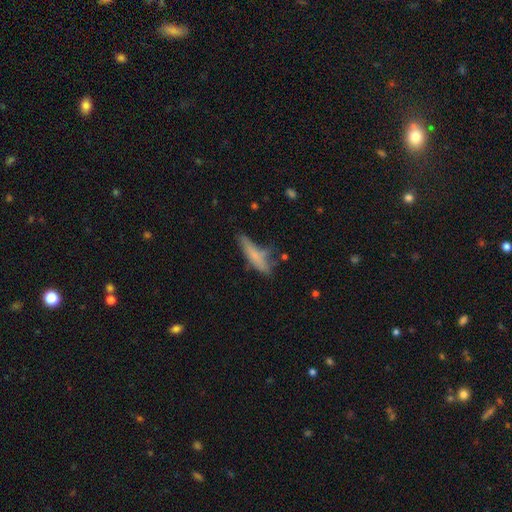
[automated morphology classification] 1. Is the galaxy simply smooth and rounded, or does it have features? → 62% smooth, 29% featured or disk, 9% star or artifact.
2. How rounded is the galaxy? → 76% cigar-shaped, 21% in between, 2% round.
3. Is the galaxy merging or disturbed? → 50% none, 29% minor disturbance, 14% major disturbance, 7% merger.